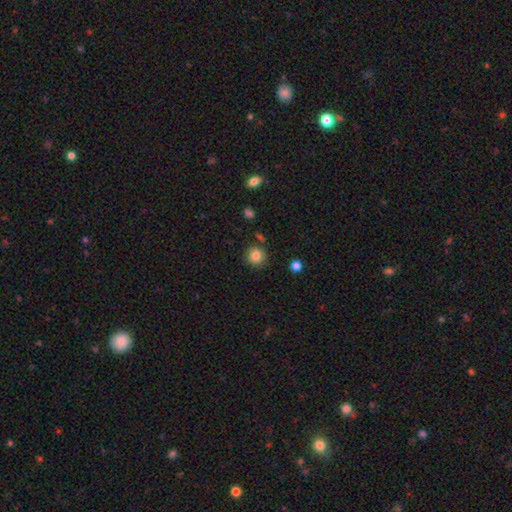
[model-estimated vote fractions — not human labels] Overall: smooth (84%). How rounded: round (91%). Merging: none (85%).